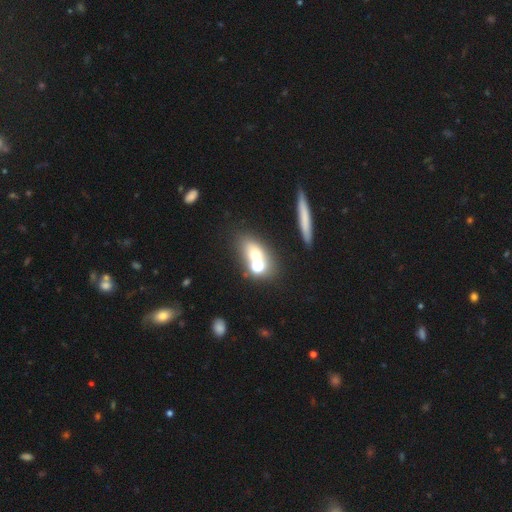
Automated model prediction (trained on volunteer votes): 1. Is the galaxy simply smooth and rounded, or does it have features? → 56% smooth, 24% featured or disk, 20% star or artifact.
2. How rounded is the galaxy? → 53% in between, 39% round, 7% cigar-shaped.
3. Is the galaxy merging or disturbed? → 49% none, 38% merger, 8% minor disturbance, 5% major disturbance.